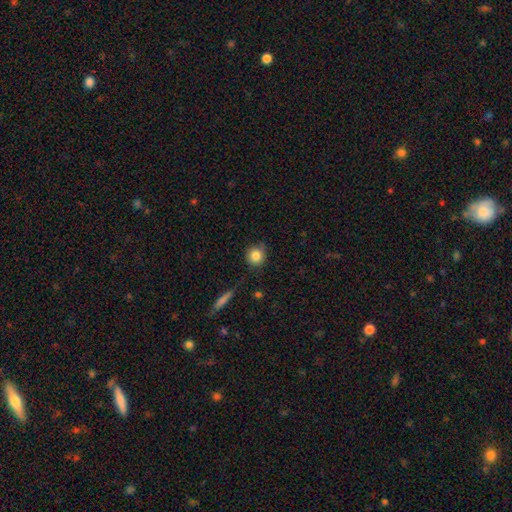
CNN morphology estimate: Overall: smooth (83%). How rounded: round (89%). Merging: none (75%).